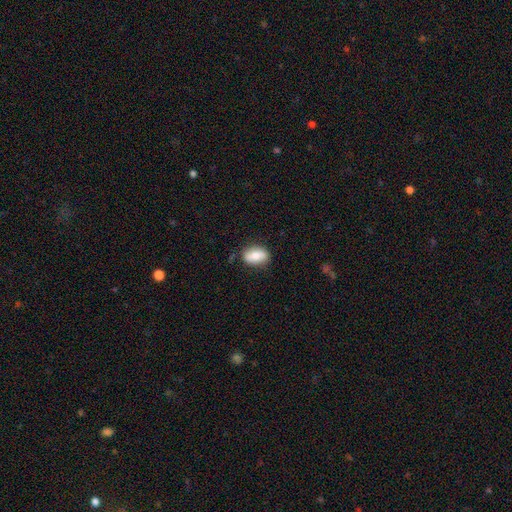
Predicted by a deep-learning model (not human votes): This appears to be a smooth galaxy with no disk features (71%) that is in between round and cigar-shaped (81%). Merging: none (80%).